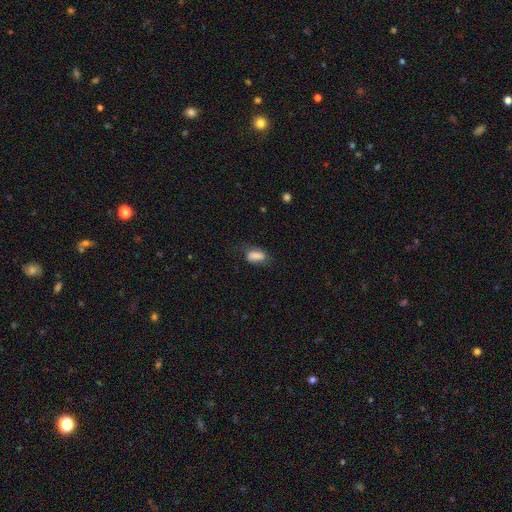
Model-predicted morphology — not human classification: type=smooth (78%); roundness=in between (83%); merging=none (56%).